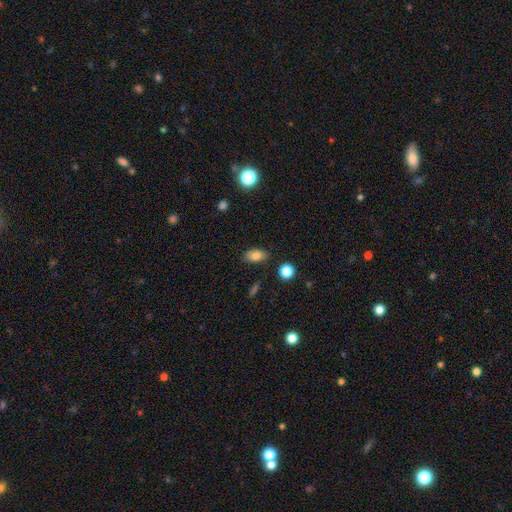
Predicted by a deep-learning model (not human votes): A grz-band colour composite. It shows a smooth galaxy with no disk features (80%) that is in between round and cigar-shaped (87%). Merging: none (84%).